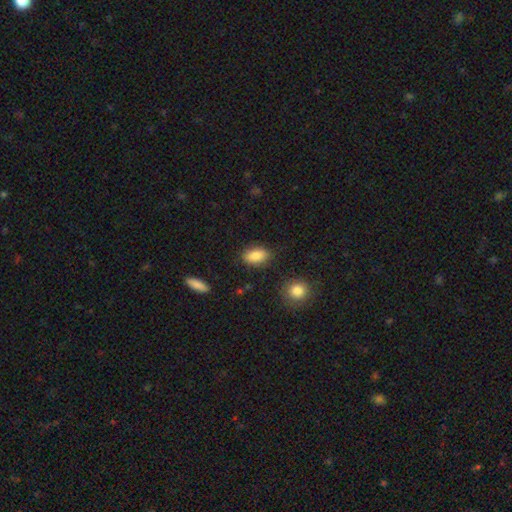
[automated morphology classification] A smooth galaxy with no disk features (86%) that is in between round and cigar-shaped (90%). Merging: none (82%).